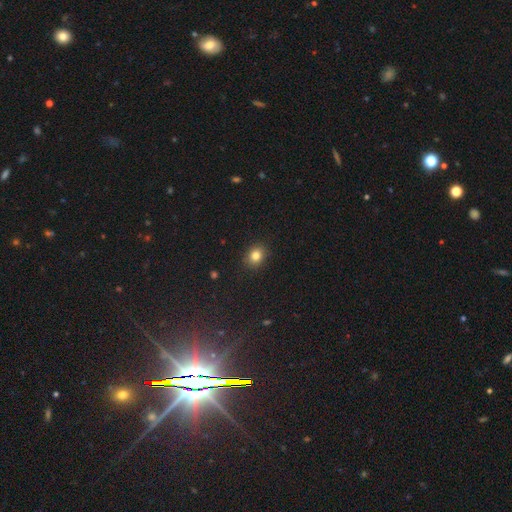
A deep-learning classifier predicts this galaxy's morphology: Overall: smooth (82%). How rounded: round (66%; in between 33%). Merging: none (90%).